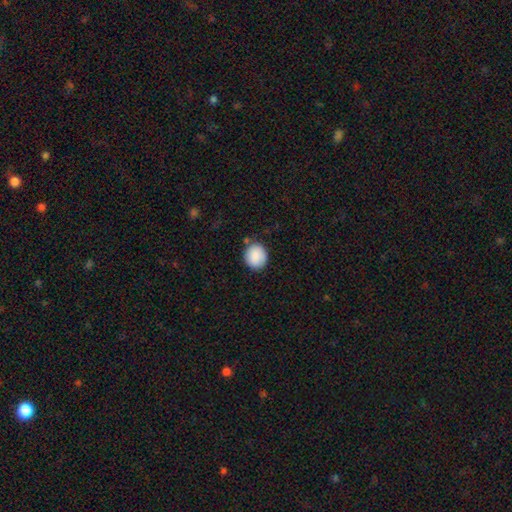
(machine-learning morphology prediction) This is clearly a smooth galaxy (88%). How rounded: likely round (78%). Merging: likely none (79%).